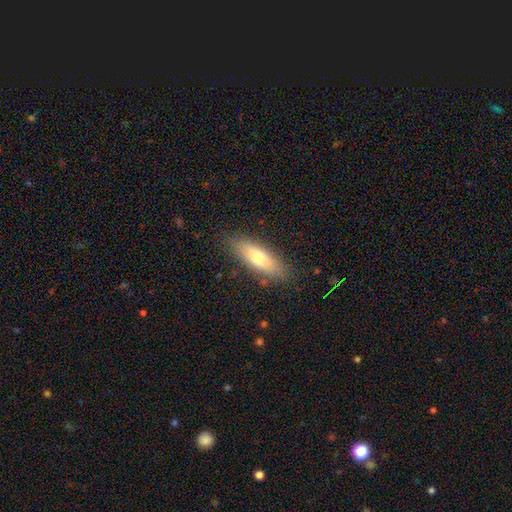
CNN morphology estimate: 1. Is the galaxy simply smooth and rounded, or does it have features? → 69% smooth, 24% featured or disk, 7% star or artifact.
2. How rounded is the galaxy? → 55% in between, 43% cigar-shaped, 2% round.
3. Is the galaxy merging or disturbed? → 86% none, 11% minor disturbance, 2% major disturbance, 1% merger.